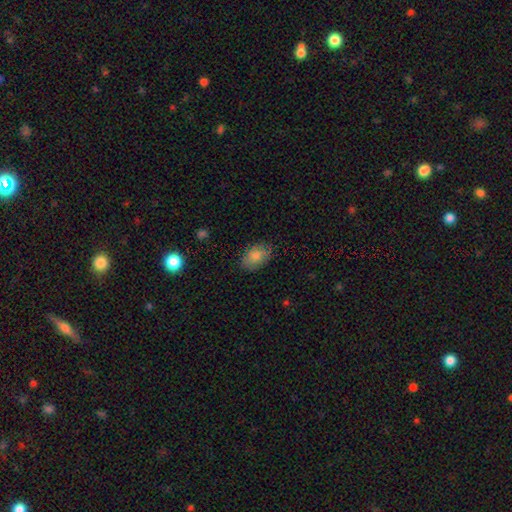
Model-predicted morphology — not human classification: A smooth galaxy with no disk features (83%) that is in between round and cigar-shaped (87%).

Vote fractions:
- Smooth or featured? smooth: 83% / featured or disk: 9% / star or artifact: 8%
- How rounded? in between: 87% / round: 12% / cigar-shaped: 1%
- Merging? none: 80% / minor disturbance: 15% / major disturbance: 4% / merger: 1%